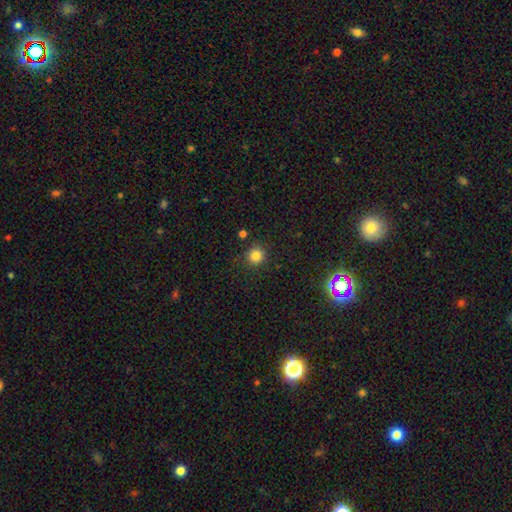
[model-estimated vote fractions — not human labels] The model was most divided on "smooth or featured": smooth: 83%, star or artifact: 13%, featured or disk: 4%. More confident: how rounded — round (91%); merging — none (84%).